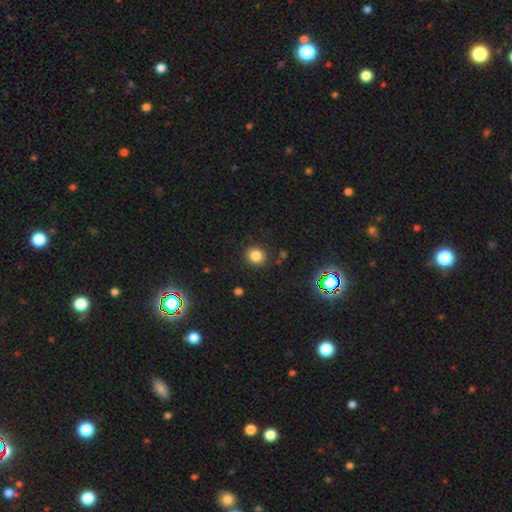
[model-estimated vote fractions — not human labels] Morphology: type=smooth (81%); roundness=round (79%); merging=none (88%).